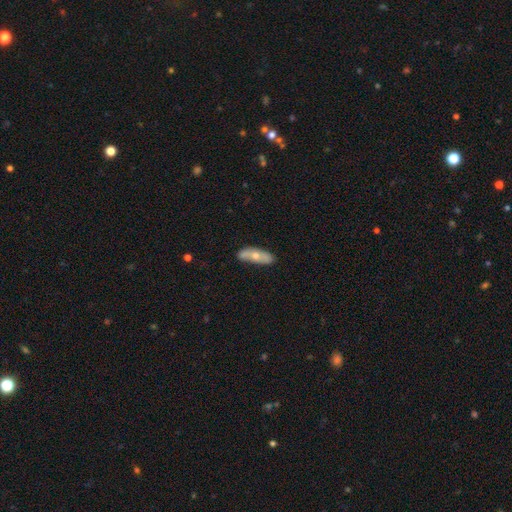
Volunteers were most divided on "smooth or featured": smooth: 56%, featured or disk: 44%, star or artifact: 0%. More confident: merging — none (69%); how rounded — in between (64%).